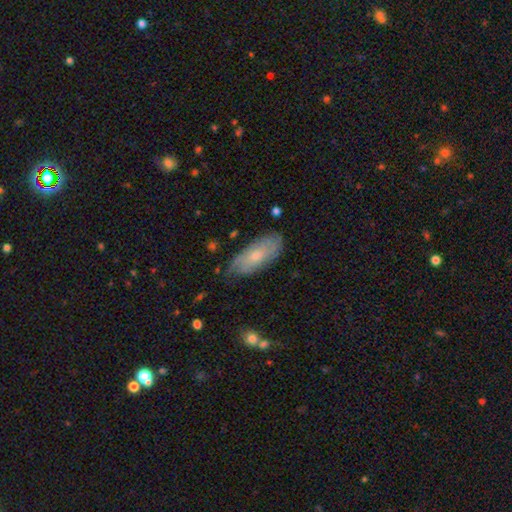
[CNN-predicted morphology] A smooth galaxy with no disk features (53%) that is in between round and cigar-shaped (81%). Merging: none (72%).